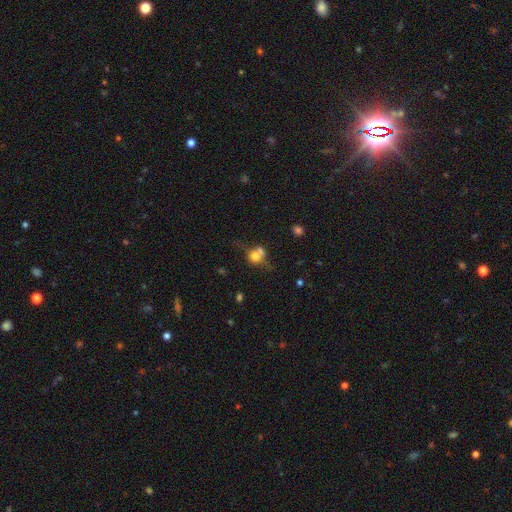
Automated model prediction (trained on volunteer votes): A smooth galaxy with no disk features (70%) that is round (77%).

Vote fractions:
- Smooth or featured? smooth: 70% / featured or disk: 17% / star or artifact: 13%
- How rounded? round: 77% / in between: 22% / cigar-shaped: 1%
- Merging? merger: 45% / none: 34% / minor disturbance: 12% / major disturbance: 9%